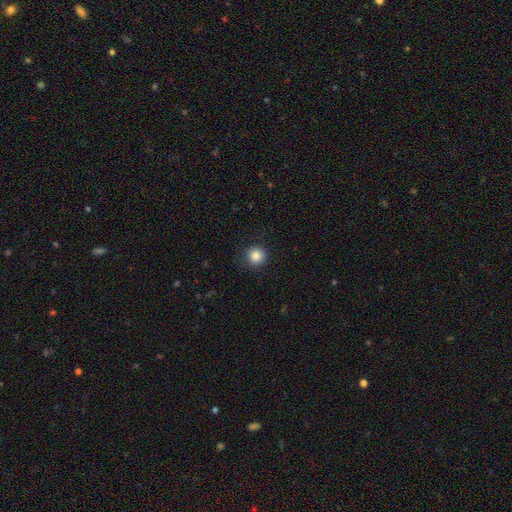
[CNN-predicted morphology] smooth_or_featured: smooth (p=0.86) [alt: star or artifact p=0.10]
how_rounded: round (p=0.94) [alt: in between p=0.05]
merging: none (p=0.86) [alt: minor disturbance p=0.09]